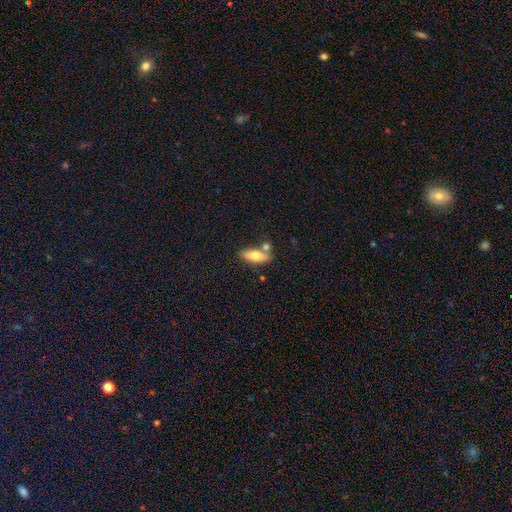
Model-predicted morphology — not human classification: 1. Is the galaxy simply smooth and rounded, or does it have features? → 67% smooth, 27% featured or disk, 7% star or artifact.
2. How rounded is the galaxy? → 68% in between, 28% cigar-shaped, 3% round.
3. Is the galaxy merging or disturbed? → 67% none, 17% merger, 12% minor disturbance, 3% major disturbance.